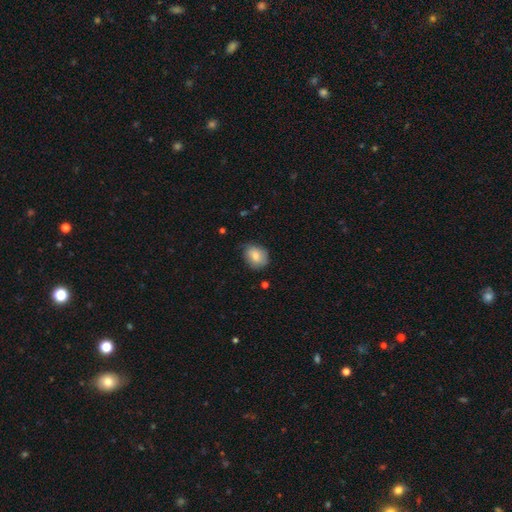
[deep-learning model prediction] smooth-or-featured: smooth: 80% | featured or disk: 12% | star or artifact: 8%
  how-rounded: in between: 51% | round: 48% | cigar-shaped: 1%
  merging: none: 70% | minor disturbance: 24% | major disturbance: 4% | merger: 1%